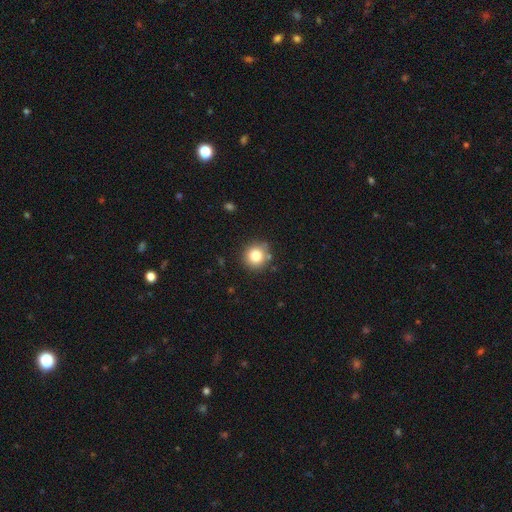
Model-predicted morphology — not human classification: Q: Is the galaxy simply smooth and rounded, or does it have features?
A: smooth — 82%.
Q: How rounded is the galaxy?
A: round — 92%.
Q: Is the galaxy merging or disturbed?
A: none — 85%.